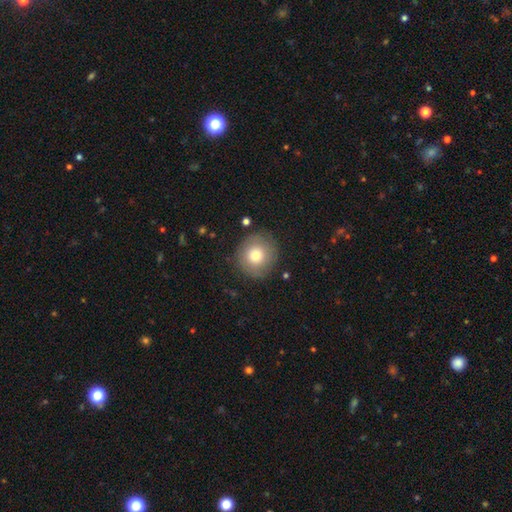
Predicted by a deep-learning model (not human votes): smooth 74%, featured or disk 17%, star or artifact 9%. Down the decision tree: how rounded — round (92%); merging — none (84%).